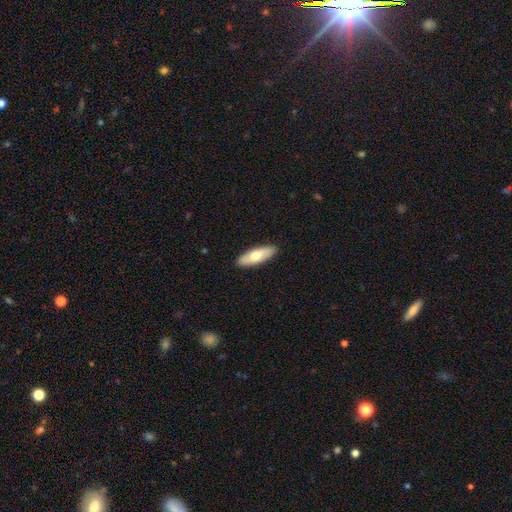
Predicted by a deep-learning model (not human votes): A smooth galaxy with no disk features (67%) that is in between round and cigar-shaped (66%). Merging: none (90%).